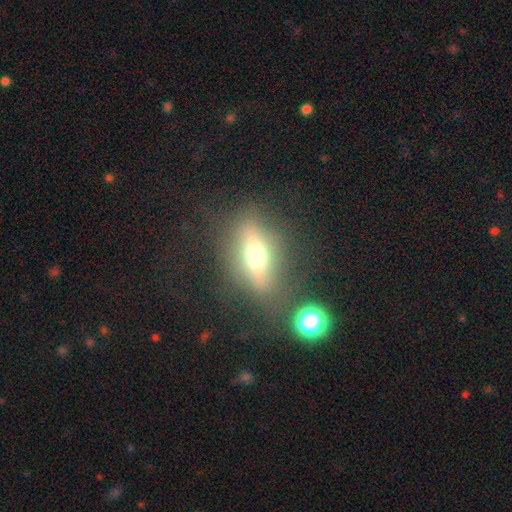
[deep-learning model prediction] smooth-or-featured: featured or disk: 50% | smooth: 39% | star or artifact: 11%
  disk-edge-on: yes: 74% | no: 26%
  merging: none: 76% | minor disturbance: 13% | major disturbance: 7% | merger: 4%